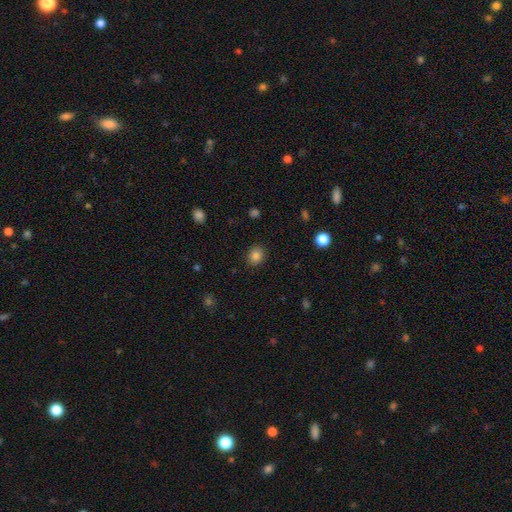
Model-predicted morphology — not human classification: The model was most divided on "how rounded": round: 62%, in between: 38%, cigar-shaped: 1%. More confident: merging — none (88%); smooth or featured — smooth (84%).